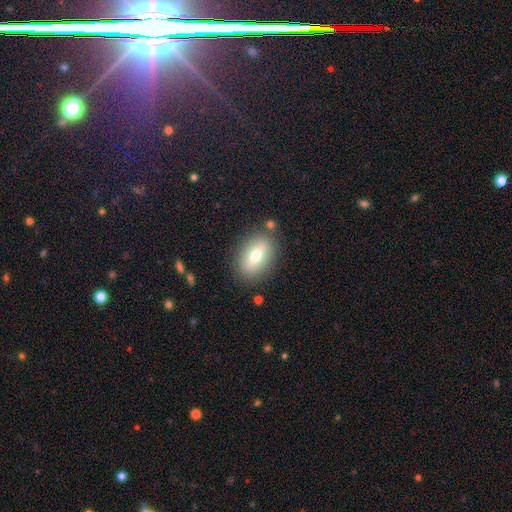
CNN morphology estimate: Smooth or featured: smooth — 63% (featured or disk — 29%)
How rounded: in between — 83% (round — 10%)
Merging: none — 82% (minor disturbance — 11%)